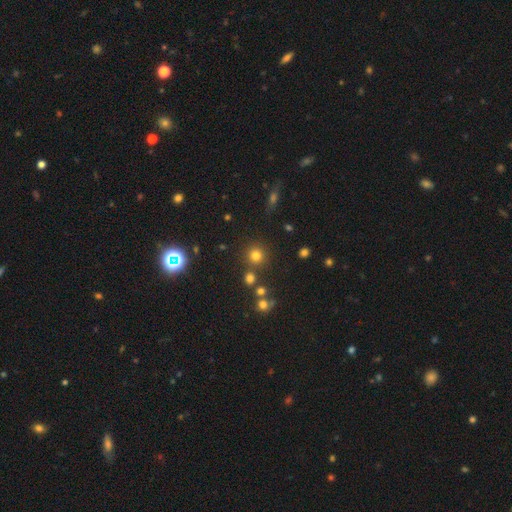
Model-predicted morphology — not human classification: smooth-or-featured: smooth: 75% | star or artifact: 18% | featured or disk: 7%
  how-rounded: round: 93% | in between: 6% | cigar-shaped: 1%
  merging: none: 81% | merger: 8% | minor disturbance: 7% | major disturbance: 3%